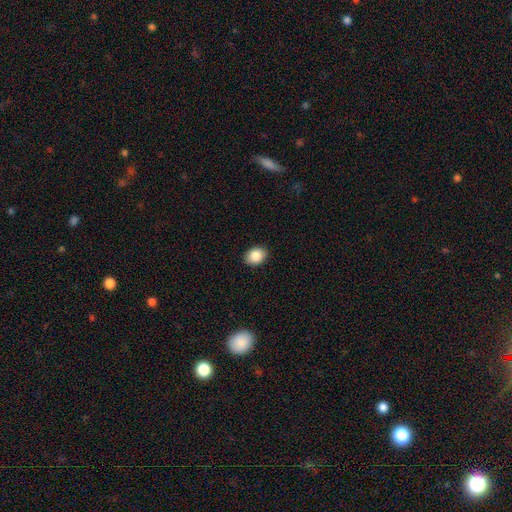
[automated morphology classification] This appears to be a smooth galaxy with no disk features (86%) that is in between round and cigar-shaped (65%). Merging: none (90%).